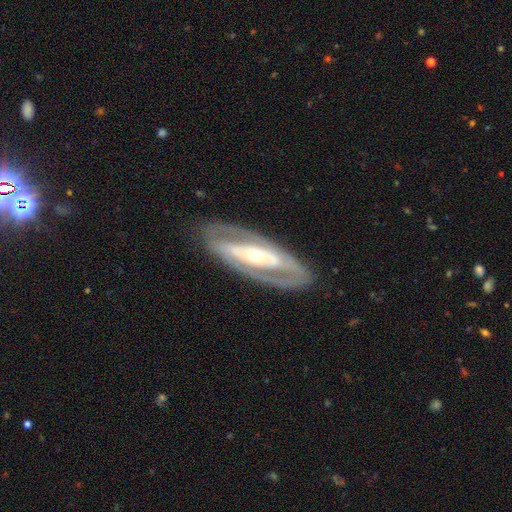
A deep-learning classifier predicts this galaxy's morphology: A featured or disk galaxy (83%) with no bar (41%), spiral arms (62%) and a moderate central bulge (51%).

Vote fractions:
- Smooth or featured? featured or disk: 83% / smooth: 12% / star or artifact: 4%
- Edge-on disk? no: 86% / yes: 14%
- Bar? no: 41% / strong: 36% / weak: 22%
- Spiral arms? yes: 62% / no: 38%
- Bulge size? moderate: 51% / small: 41% / large: 5% / dominant: 1% / none: 1%
- Merging? none: 82% / minor disturbance: 11% / major disturbance: 6% / merger: 1%